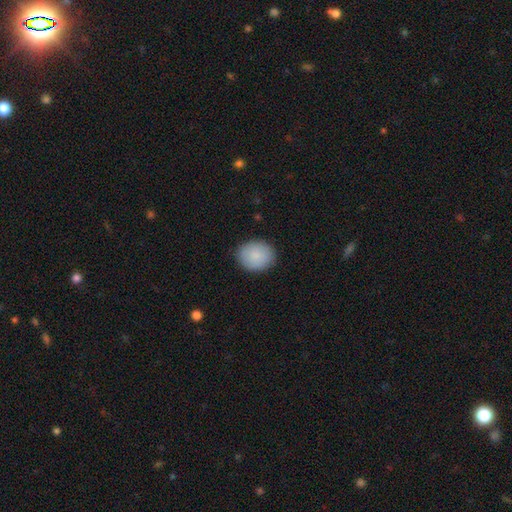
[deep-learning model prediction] smooth_or_featured: smooth (p=0.87) [alt: star or artifact p=0.06]
how_rounded: round (p=0.67) [alt: in between p=0.32]
merging: none (p=0.87) [alt: minor disturbance p=0.10]